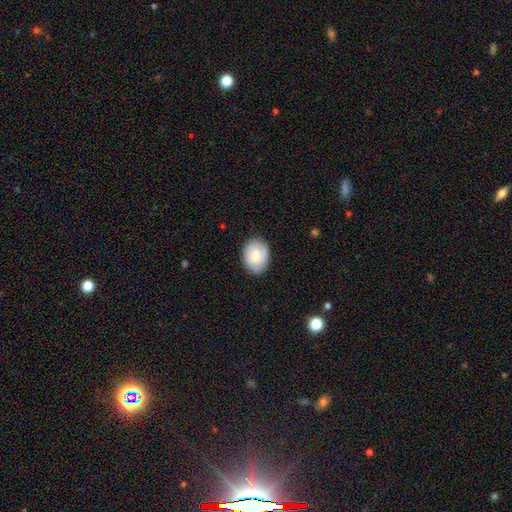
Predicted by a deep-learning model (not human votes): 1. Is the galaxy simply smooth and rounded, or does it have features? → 59% smooth, 34% featured or disk, 6% star or artifact.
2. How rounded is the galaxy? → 59% in between, 40% round, 1% cigar-shaped.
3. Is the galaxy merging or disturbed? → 82% none, 14% minor disturbance, 3% major disturbance, 1% merger.